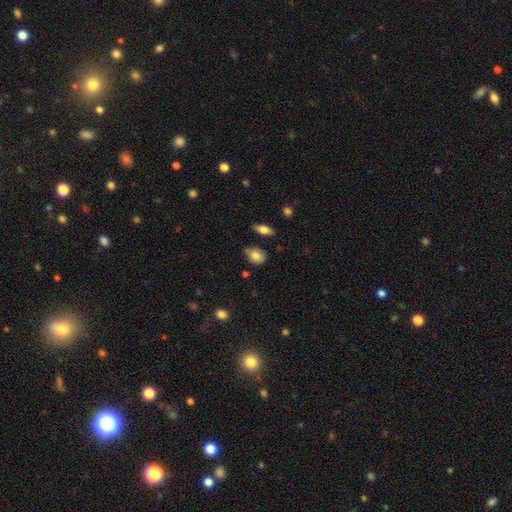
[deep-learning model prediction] smooth-or-featured: smooth: 79% | featured or disk: 13% | star or artifact: 8%
  how-rounded: in between: 62% | round: 36% | cigar-shaped: 2%
  merging: none: 66% | minor disturbance: 25% | major disturbance: 4% | merger: 4%